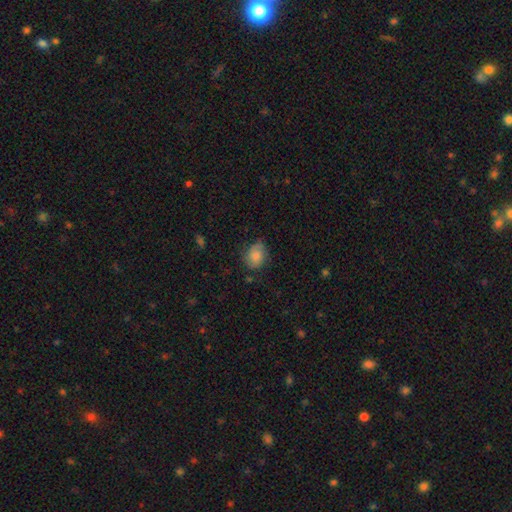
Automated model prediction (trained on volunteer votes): smooth-or-featured: smooth: 77% | featured or disk: 15% | star or artifact: 8%
  how-rounded: in between: 52% | round: 47% | cigar-shaped: 1%
  merging: none: 63% | minor disturbance: 28% | major disturbance: 7% | merger: 2%